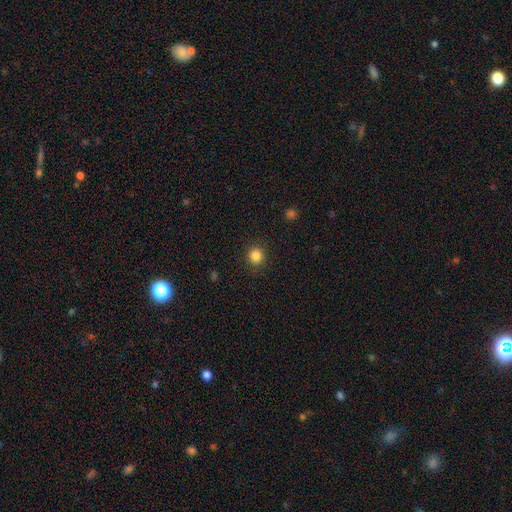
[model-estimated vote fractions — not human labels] Smooth or featured? smooth (85%)
How rounded? round (90%)
Merging? none (89%)